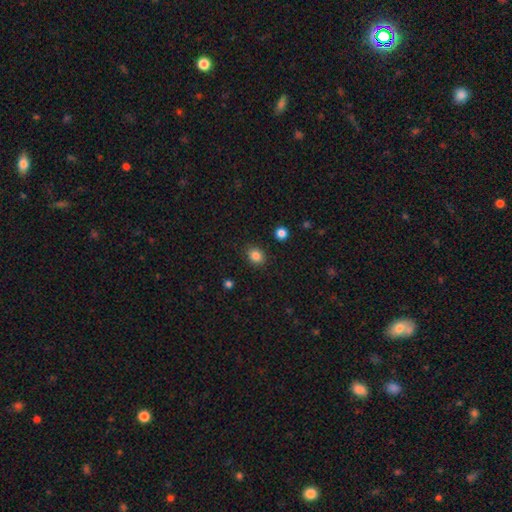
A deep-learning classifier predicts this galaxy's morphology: type=smooth (85%); roundness=round (58%); merging=none (87%).